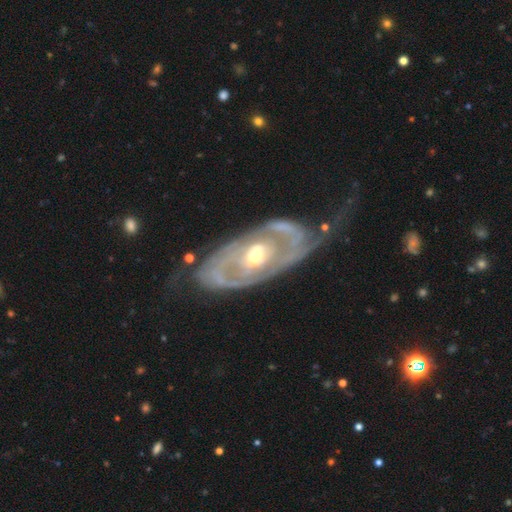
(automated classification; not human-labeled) A featured or disk galaxy (85%) with no bar (54%), 2 (46%) tight (55%) spiral arms (81%) and a moderate central bulge (59%).

Vote fractions:
- Smooth or featured? featured or disk: 85% / smooth: 11% / star or artifact: 5%
- Edge-on disk? no: 93% / yes: 7%
- Bar? no: 54% / weak: 30% / strong: 15%
- Spiral arms? yes: 81% / no: 19%
- Spiral winding? tight: 55% / medium: 30% / loose: 15%
- Spiral arm count? 2: 46% / can't tell: 29% / 1: 10% / 3: 8% / 4: 4% / more than 4: 4%
- Bulge size? moderate: 59% / small: 35% / large: 4% / none: 1% / dominant: 1%
- Merging? none: 56% / minor disturbance: 22% / major disturbance: 18% / merger: 5%